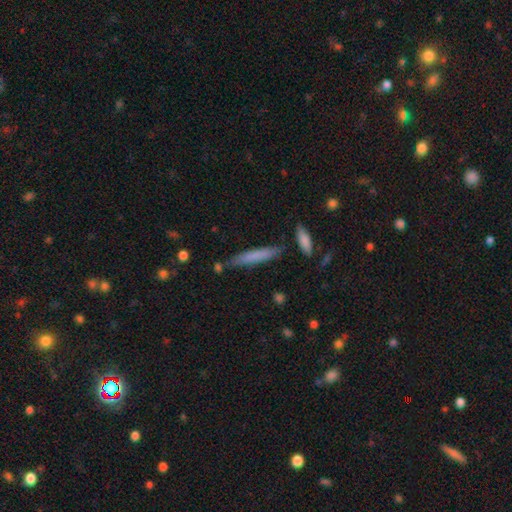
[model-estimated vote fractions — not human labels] A smooth galaxy with no disk features (71%) that is cigar-shaped (93%).

Vote fractions:
- Smooth or featured? smooth: 71% / featured or disk: 22% / star or artifact: 7%
- How rounded? cigar-shaped: 93% / in between: 6% / round: 1%
- Merging? none: 80% / minor disturbance: 13% / merger: 5% / major disturbance: 3%